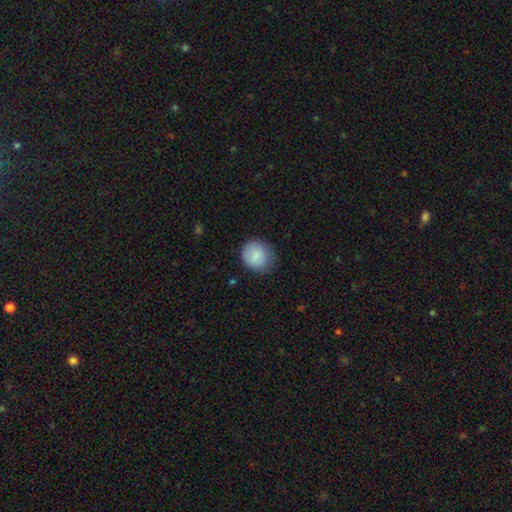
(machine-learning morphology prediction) The model was most divided on "merging": none: 76%, minor disturbance: 18%, major disturbance: 5%, merger: 1%. More confident: smooth or featured — smooth (86%); how rounded — round (81%).